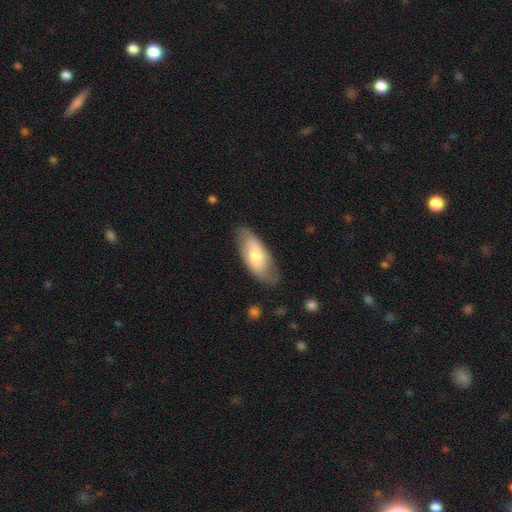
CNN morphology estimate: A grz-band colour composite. It shows a smooth galaxy with no disk features (53%) that is in between round and cigar-shaped (83%). Merging: none (74%).